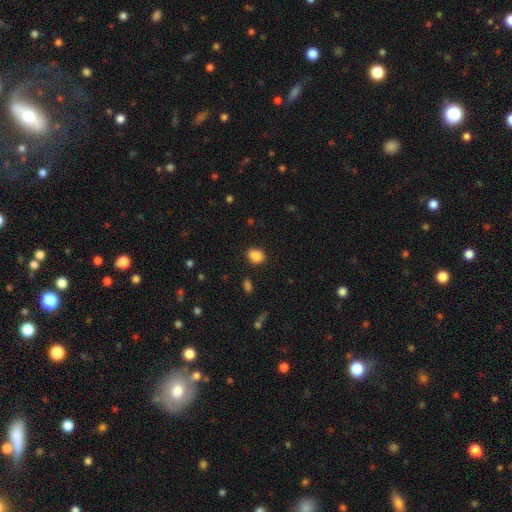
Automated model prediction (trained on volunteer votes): Smooth or featured?
  - smooth: 87% *
  - star or artifact: 9%
  - featured or disk: 3%
How rounded?
  - in between: 52% *
  - round: 47%
  - cigar-shaped: 1%
Merging?
  - none: 84% *
  - minor disturbance: 11%
  - major disturbance: 3%
  - merger: 2%